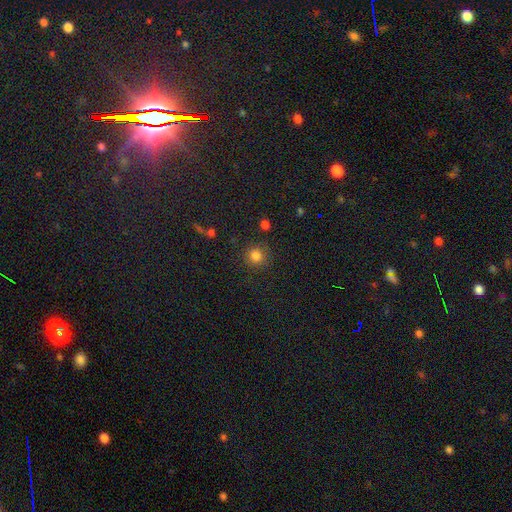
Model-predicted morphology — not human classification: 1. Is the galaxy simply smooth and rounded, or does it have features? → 81% smooth, 14% star or artifact, 5% featured or disk.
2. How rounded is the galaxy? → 91% round, 8% in between, 1% cigar-shaped.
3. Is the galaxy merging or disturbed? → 84% none, 9% minor disturbance, 4% major disturbance, 3% merger.